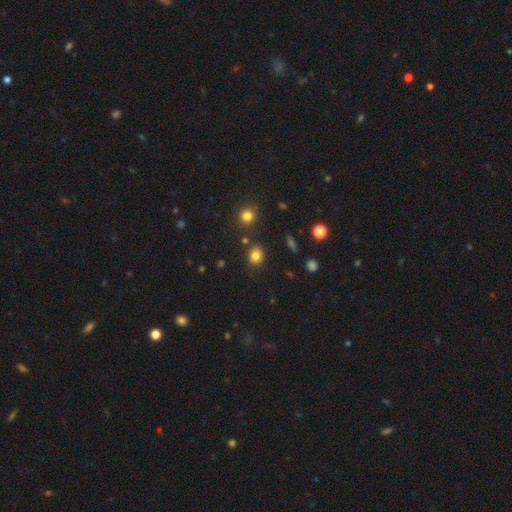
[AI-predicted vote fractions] The model was most divided on "how rounded": round: 65%, in between: 34%, cigar-shaped: 1%. More confident: merging — none (84%); smooth or featured — smooth (82%).